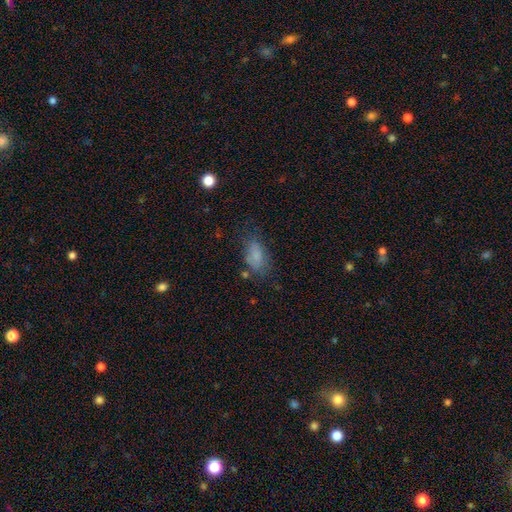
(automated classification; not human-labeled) Q: Smooth or featured?
A: smooth (77%); runner-up: featured or disk (12%)
Q: How rounded?
A: in between (88%); runner-up: round (6%)
Q: Merging?
A: none (59%); runner-up: minor disturbance (24%)